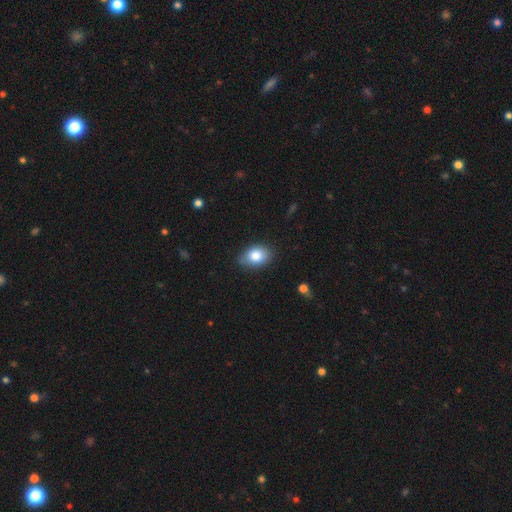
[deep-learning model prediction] The model was most divided on "merging": none: 81%, minor disturbance: 15%, major disturbance: 3%, merger: 1%. More confident: how rounded — in between (82%); smooth or featured — smooth (82%).